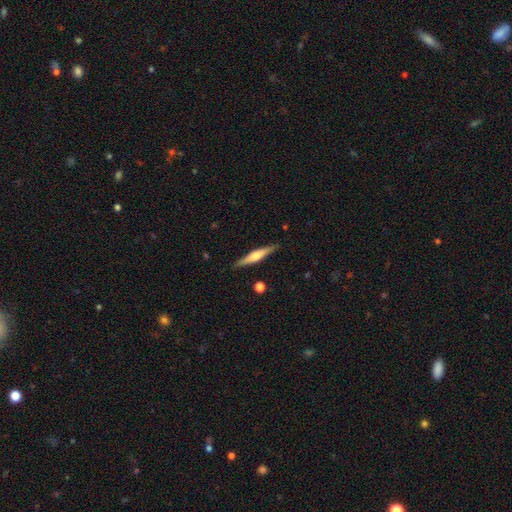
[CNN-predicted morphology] A featured or disk galaxy (59%) viewed edge-on (97%) with a rounded central bulge (81%). Merging: none (89%).